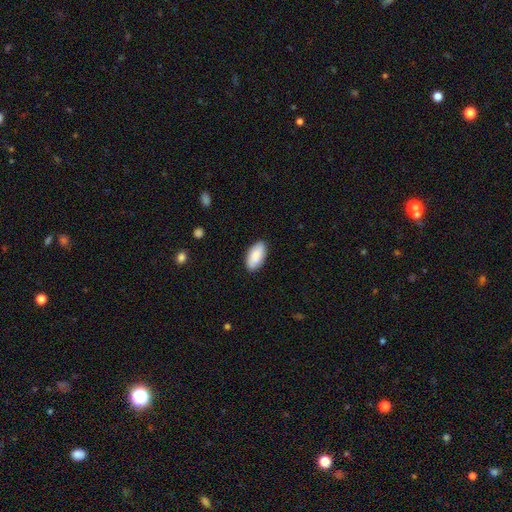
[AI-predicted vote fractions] Smooth or featured: smooth — 86% (featured or disk — 9%)
How rounded: in between — 94% (cigar-shaped — 4%)
Merging: none — 87% (minor disturbance — 10%)